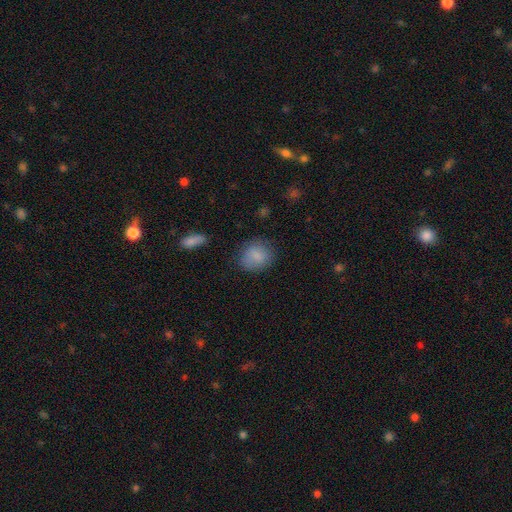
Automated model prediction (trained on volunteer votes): Smooth or featured? smooth (84%)
How rounded? round (64%)
Merging? none (77%)